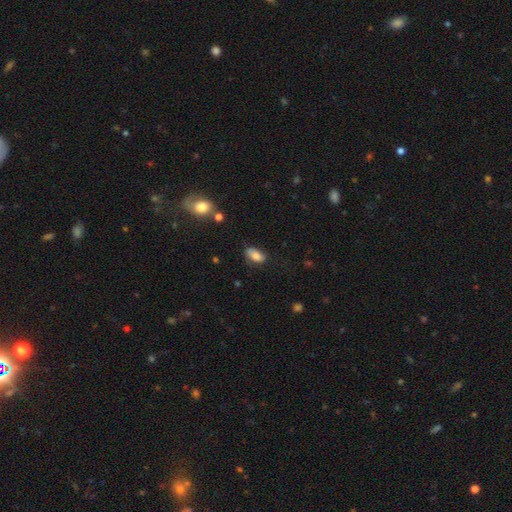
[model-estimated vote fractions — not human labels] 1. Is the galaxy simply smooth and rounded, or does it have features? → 77% smooth, 15% featured or disk, 8% star or artifact.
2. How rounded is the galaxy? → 91% in between, 6% round, 4% cigar-shaped.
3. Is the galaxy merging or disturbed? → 64% none, 27% minor disturbance, 7% major disturbance, 2% merger.